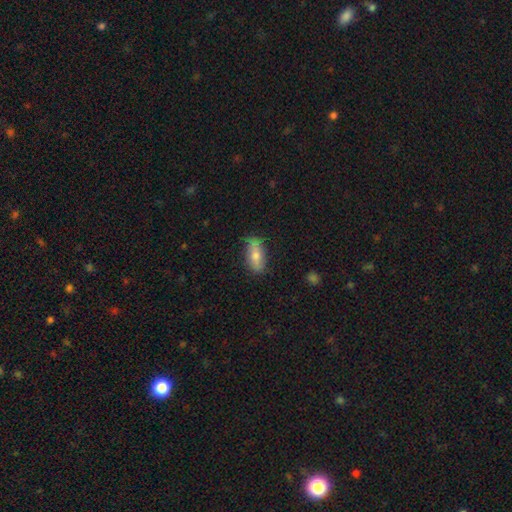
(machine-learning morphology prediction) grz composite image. It shows a smooth galaxy with no disk features (67%) that is in between round and cigar-shaped (81%). Merging: none (72%).